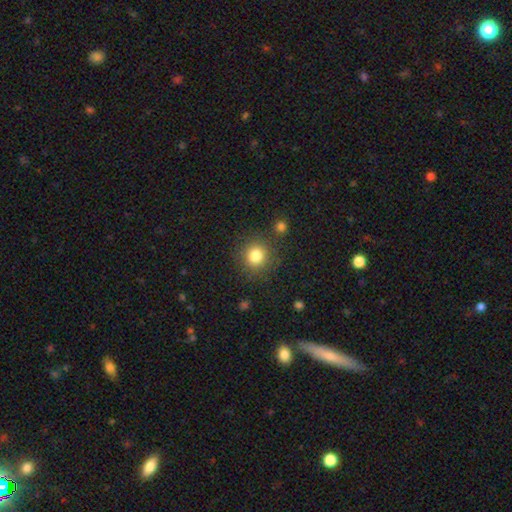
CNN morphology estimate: Overall: smooth (82%). How rounded: round (90%). Merging: none (84%).